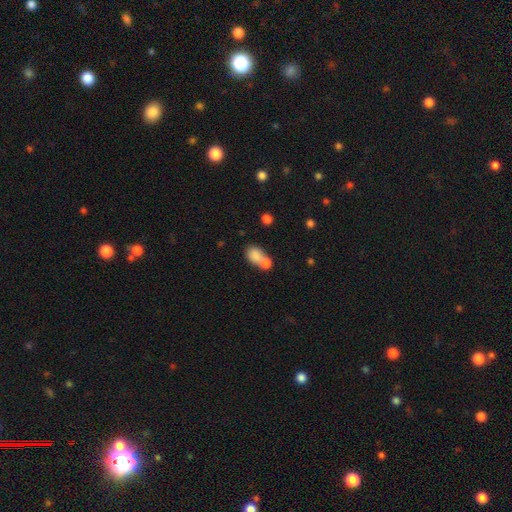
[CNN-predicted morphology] smooth 80%, featured or disk 11%, star or artifact 9%. Down the decision tree: how rounded — in between (57%); merging — merger (61%).